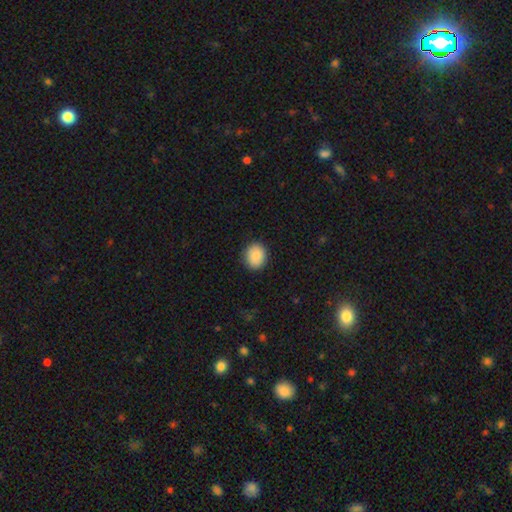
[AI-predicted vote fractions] Smooth or featured? smooth (88%)
How rounded? round (70%)
Merging? none (88%)